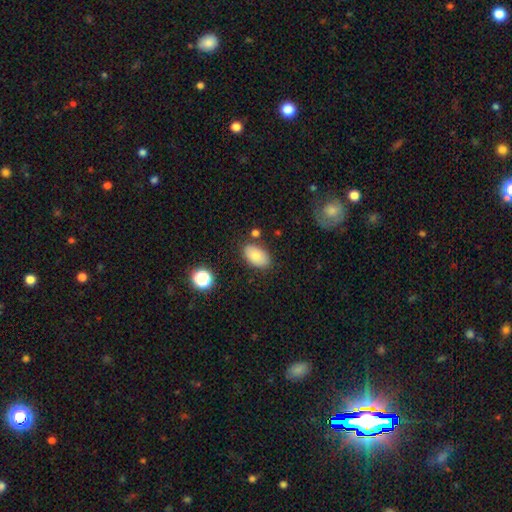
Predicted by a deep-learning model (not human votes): A smooth galaxy with no disk features (81%) that is in between round and cigar-shaped (92%).

Vote fractions:
- Smooth or featured? smooth: 81% / featured or disk: 11% / star or artifact: 9%
- How rounded? in between: 92% / round: 6% / cigar-shaped: 1%
- Merging? none: 80% / minor disturbance: 13% / merger: 4% / major disturbance: 3%